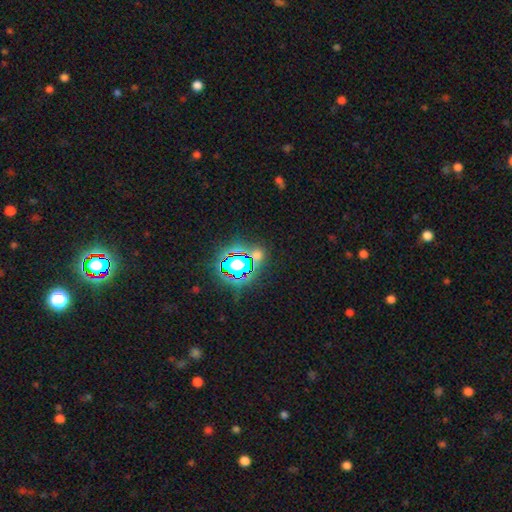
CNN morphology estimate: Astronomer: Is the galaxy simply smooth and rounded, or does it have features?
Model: star or artifact — 63%.